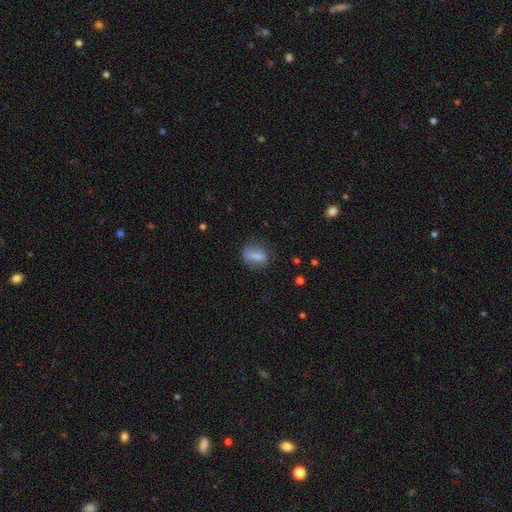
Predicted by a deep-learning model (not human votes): Smooth or featured: smooth — 76% (featured or disk — 15%)
How rounded: in between — 65% (round — 29%)
Merging: none — 68% (minor disturbance — 22%)